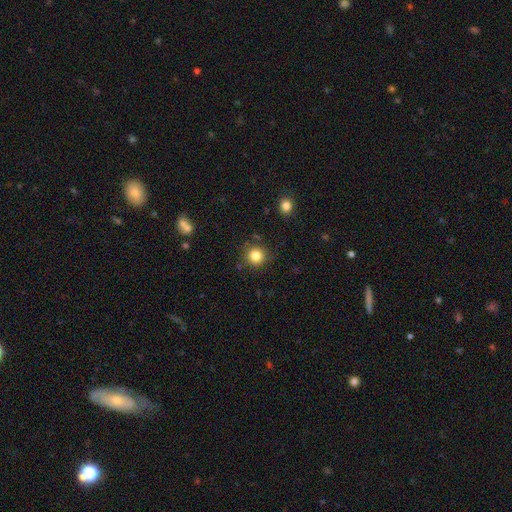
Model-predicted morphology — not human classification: Q: Smooth or featured?
A: smooth (83%); runner-up: star or artifact (12%)
Q: How rounded?
A: round (92%); runner-up: in between (7%)
Q: Merging?
A: none (85%); runner-up: minor disturbance (9%)